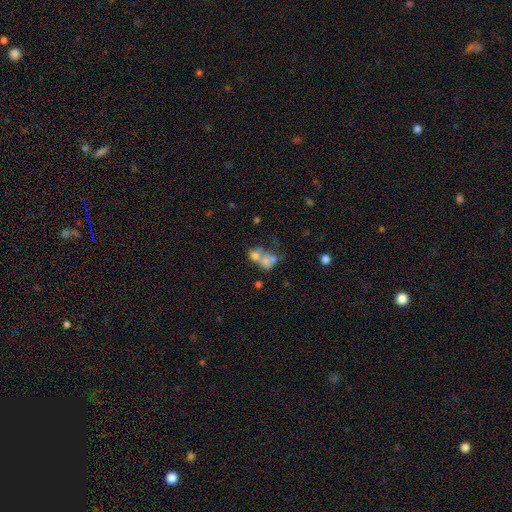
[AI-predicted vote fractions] smooth_or_featured: smooth (p=0.59) [alt: featured or disk p=0.27]
how_rounded: in between (p=0.53) [alt: round p=0.46]
merging: merger (p=0.63) [alt: none p=0.19]